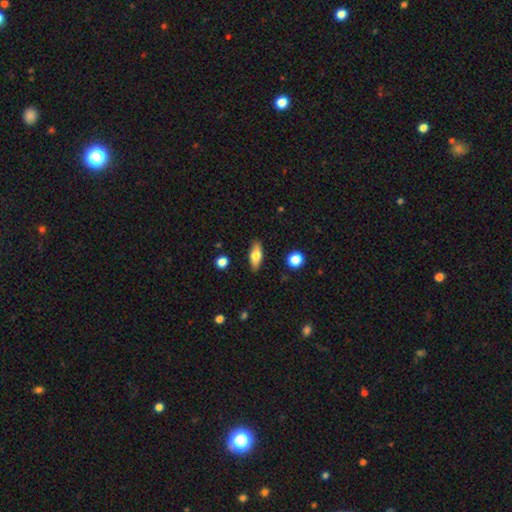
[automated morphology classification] This is likely a smooth galaxy (68%). How rounded: likely in between (71%). Merging: clearly none (87%).